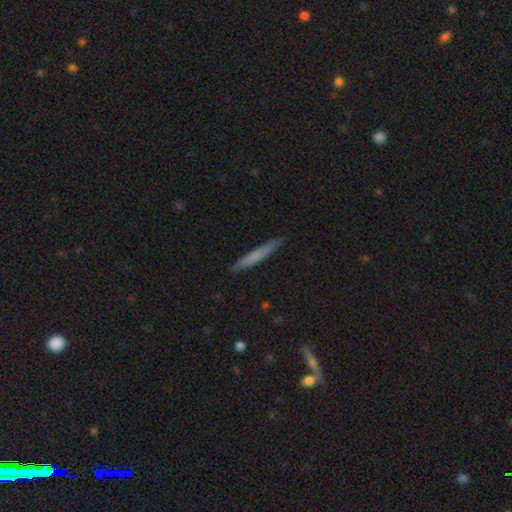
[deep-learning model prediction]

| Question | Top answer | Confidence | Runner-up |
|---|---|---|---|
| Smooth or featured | smooth | 64% | featured or disk (31%) |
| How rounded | cigar-shaped | 96% | in between (2%) |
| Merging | none | 91% | minor disturbance (7%) |